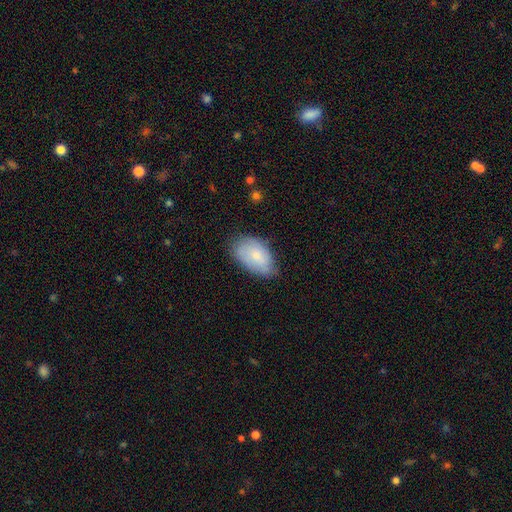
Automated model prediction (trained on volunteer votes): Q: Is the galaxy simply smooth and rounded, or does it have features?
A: smooth — 69%.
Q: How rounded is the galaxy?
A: in between — 92%.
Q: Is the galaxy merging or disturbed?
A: none — 59%.